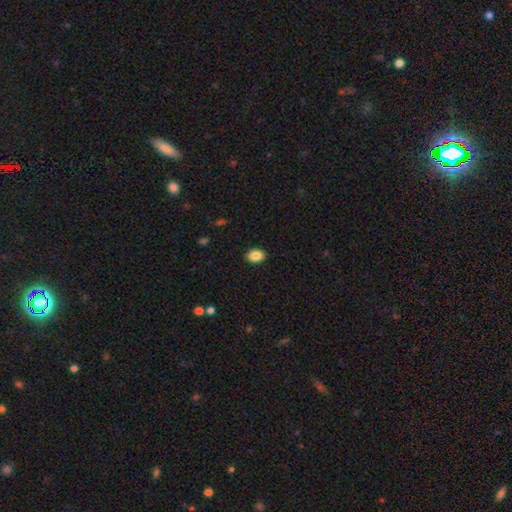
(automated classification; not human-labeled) Overall: smooth (88%). How rounded: in between (69%; round 30%). Merging: none (90%).